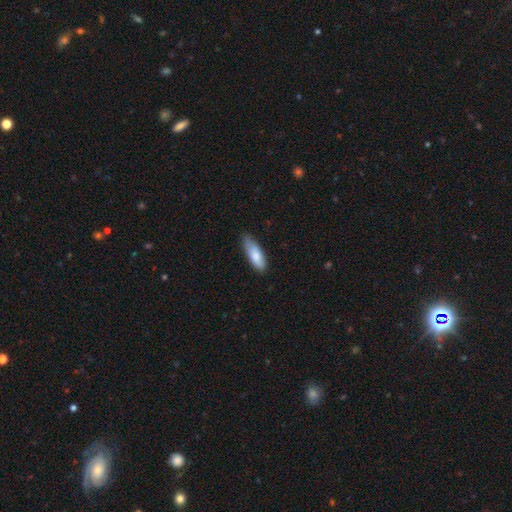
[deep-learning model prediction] This appears to be a smooth galaxy with no disk features (82%) that is in between round and cigar-shaped (55%). Merging: none (62%).